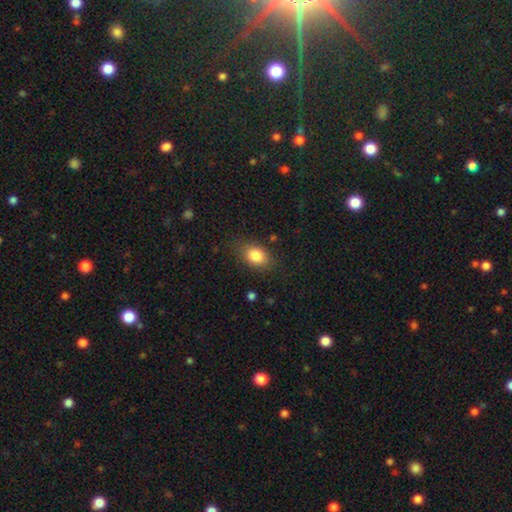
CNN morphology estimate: This appears to be a smooth galaxy with no disk features (83%) that is in between round and cigar-shaped (74%). Merging: none (79%).